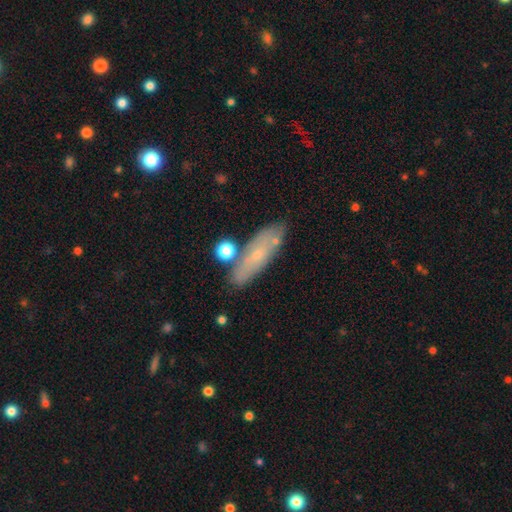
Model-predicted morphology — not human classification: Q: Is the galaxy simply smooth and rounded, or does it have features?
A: smooth — 55%.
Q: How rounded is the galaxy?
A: cigar-shaped — 53%.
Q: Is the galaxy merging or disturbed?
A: none — 73%.